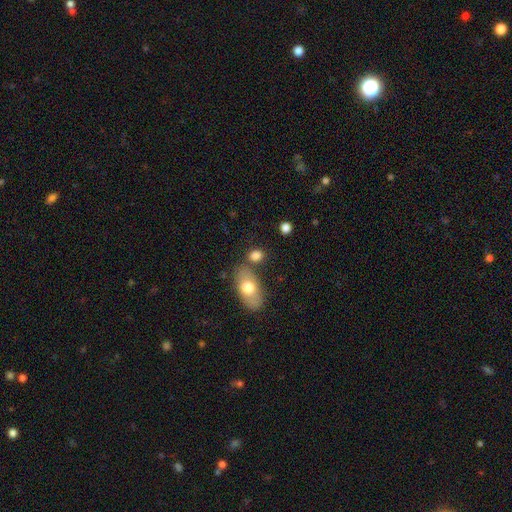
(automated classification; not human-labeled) Q: Smooth or featured?
A: smooth (81%); runner-up: featured or disk (11%)
Q: How rounded?
A: in between (62%); runner-up: round (35%)
Q: Merging?
A: none (67%); runner-up: merger (17%)